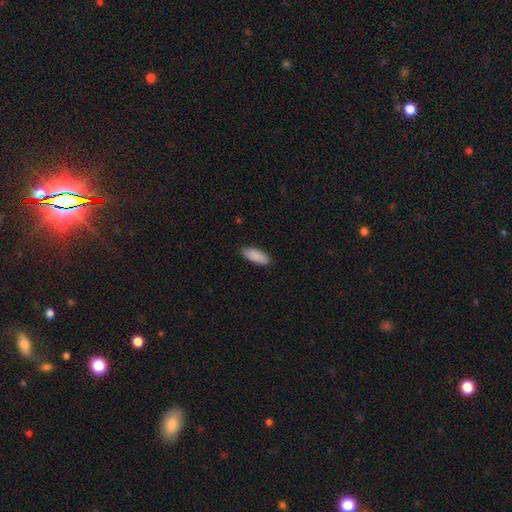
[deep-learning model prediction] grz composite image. It shows a smooth galaxy with no disk features (89%) that is in between round and cigar-shaped (79%). Merging: none (86%).